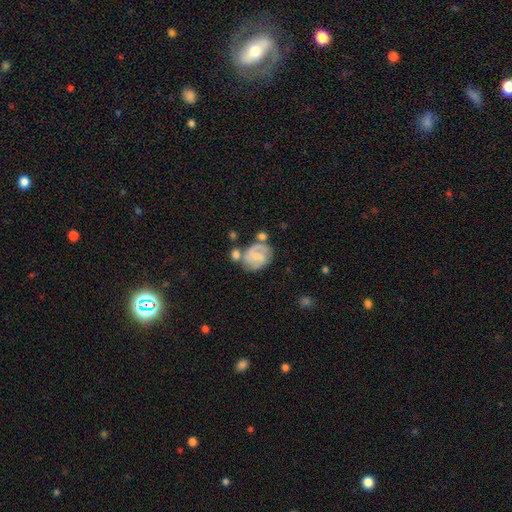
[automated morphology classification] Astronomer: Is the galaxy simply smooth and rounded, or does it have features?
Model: featured or disk — 58% (runner-up: smooth, 35%).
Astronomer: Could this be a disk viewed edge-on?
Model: no — 97%.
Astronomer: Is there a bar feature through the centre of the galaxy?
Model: weak — 49% (runner-up: no, 33%).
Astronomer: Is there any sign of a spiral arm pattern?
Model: yes — 75%.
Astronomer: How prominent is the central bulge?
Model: small — 52%.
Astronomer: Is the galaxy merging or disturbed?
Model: none — 44% (runner-up: merger, 23%).